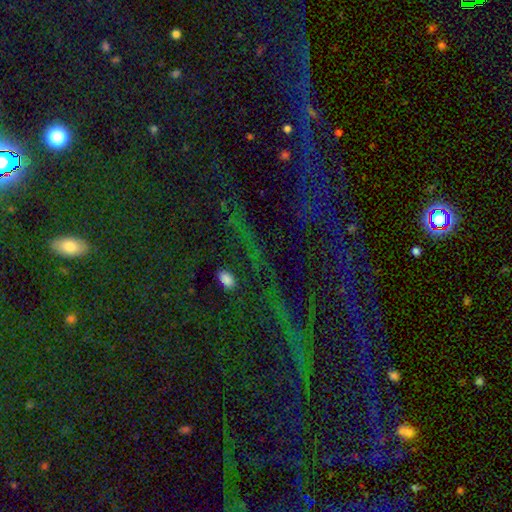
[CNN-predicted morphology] star or artifact 76%, smooth 13%, featured or disk 10%.